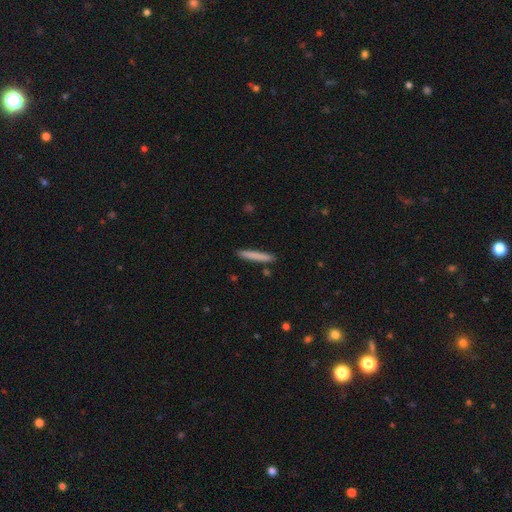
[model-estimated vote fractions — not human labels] Q: Smooth or featured?
A: smooth (80%); runner-up: featured or disk (14%)
Q: How rounded?
A: cigar-shaped (96%); runner-up: in between (3%)
Q: Merging?
A: none (89%); runner-up: minor disturbance (8%)